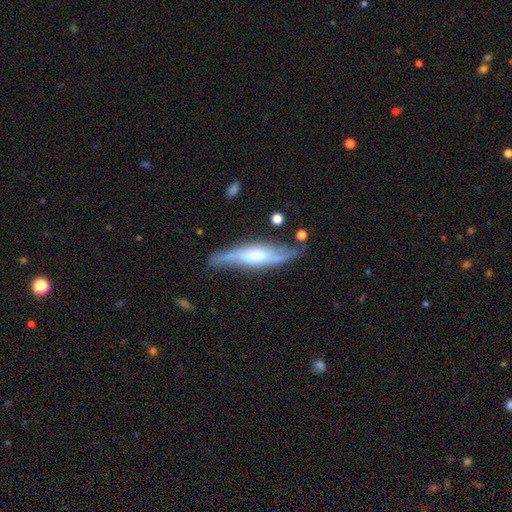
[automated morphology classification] smooth-or-featured: featured or disk: 63% | smooth: 31% | star or artifact: 6%
  disk-edge-on: yes: 58% | no: 42%
  merging: none: 68% | minor disturbance: 22% | major disturbance: 7% | merger: 4%